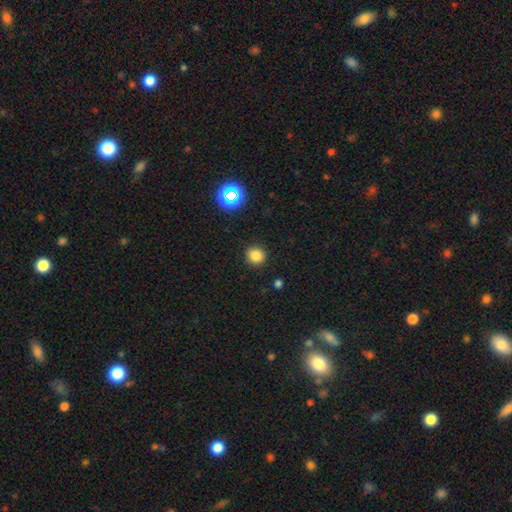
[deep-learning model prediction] Smooth or featured?
  - smooth: 81% *
  - star or artifact: 15%
  - featured or disk: 5%
How rounded?
  - round: 93% *
  - in between: 6%
  - cigar-shaped: 1%
Merging?
  - none: 91% *
  - minor disturbance: 6%
  - major disturbance: 2%
  - merger: 1%